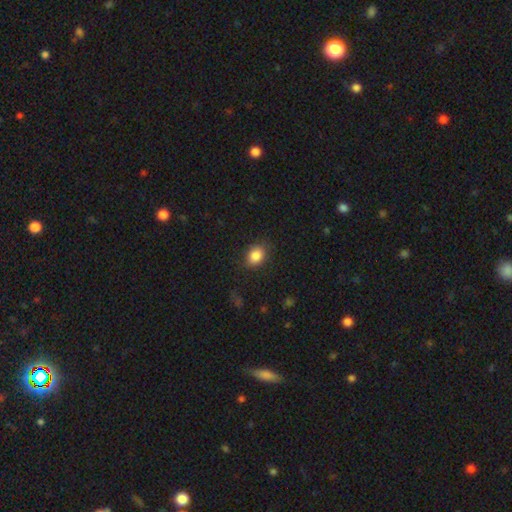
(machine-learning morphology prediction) type=smooth (85%); roundness=in between (62%); merging=none (83%).